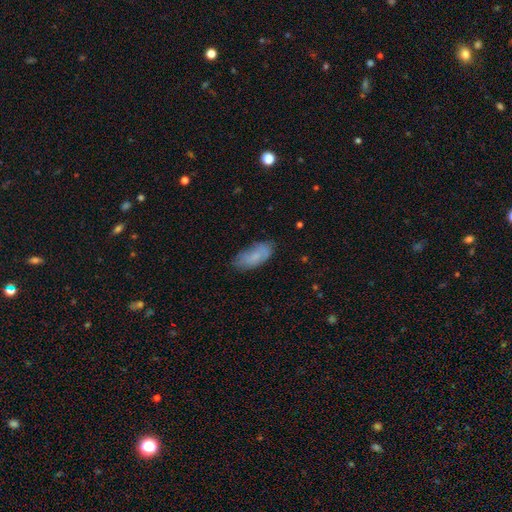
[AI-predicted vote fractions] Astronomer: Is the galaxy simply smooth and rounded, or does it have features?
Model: smooth — 70%.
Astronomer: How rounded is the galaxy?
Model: in between — 86%.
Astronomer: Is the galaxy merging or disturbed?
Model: none — 72%.